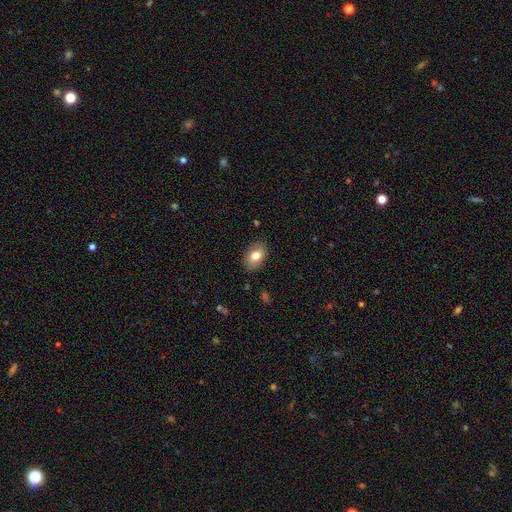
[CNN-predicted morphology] The model was most divided on "smooth or featured": smooth: 78%, featured or disk: 14%, star or artifact: 7%. More confident: merging — none (85%); how rounded — in between (85%).